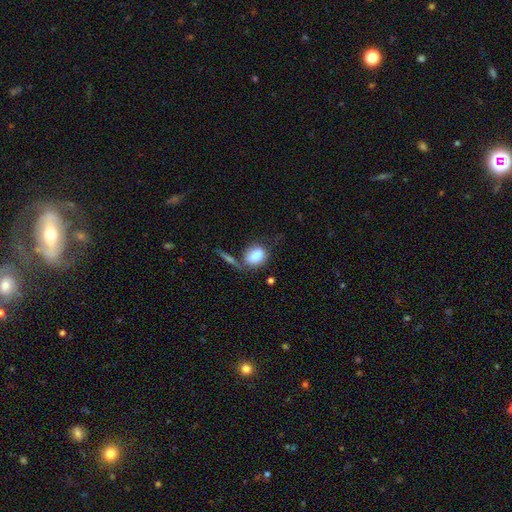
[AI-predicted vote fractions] Q: Smooth or featured?
A: smooth (81%); runner-up: featured or disk (10%)
Q: How rounded?
A: in between (72%); runner-up: round (25%)
Q: Merging?
A: none (49%); runner-up: minor disturbance (21%)